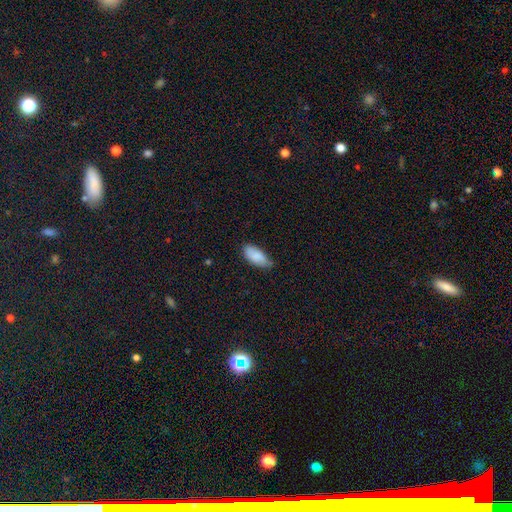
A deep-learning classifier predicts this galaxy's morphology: A smooth galaxy with no disk features (87%) that is in between round and cigar-shaped (89%). Merging: none (59%).